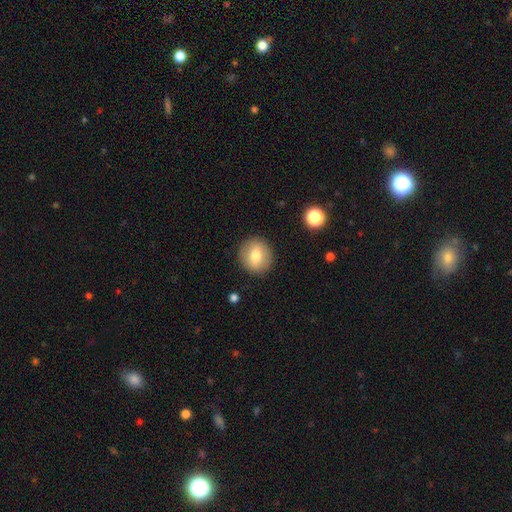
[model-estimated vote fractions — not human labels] Q: Smooth or featured?
A: smooth (72%); runner-up: featured or disk (20%)
Q: How rounded?
A: round (87%); runner-up: in between (12%)
Q: Merging?
A: none (89%); runner-up: minor disturbance (7%)